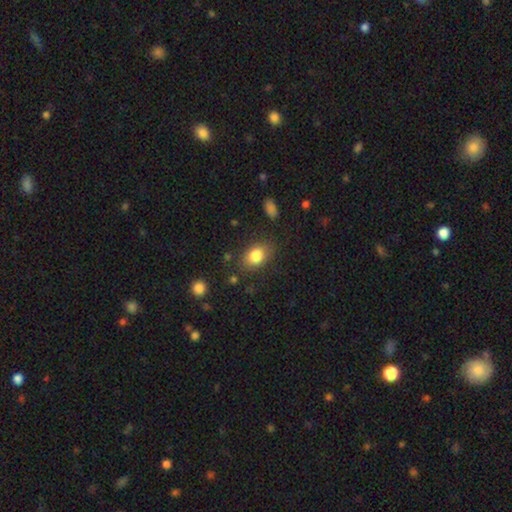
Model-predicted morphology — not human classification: Smooth or featured?
  - smooth: 83% *
  - star or artifact: 9%
  - featured or disk: 9%
How rounded?
  - in between: 74% *
  - round: 25%
  - cigar-shaped: 1%
Merging?
  - none: 80% *
  - minor disturbance: 14%
  - major disturbance: 4%
  - merger: 2%